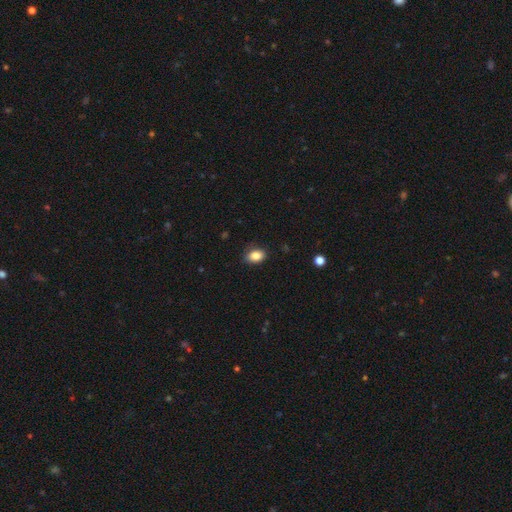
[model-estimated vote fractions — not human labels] Q: Smooth or featured?
A: smooth (86%); runner-up: star or artifact (9%)
Q: How rounded?
A: in between (82%); runner-up: round (17%)
Q: Merging?
A: none (82%); runner-up: minor disturbance (14%)